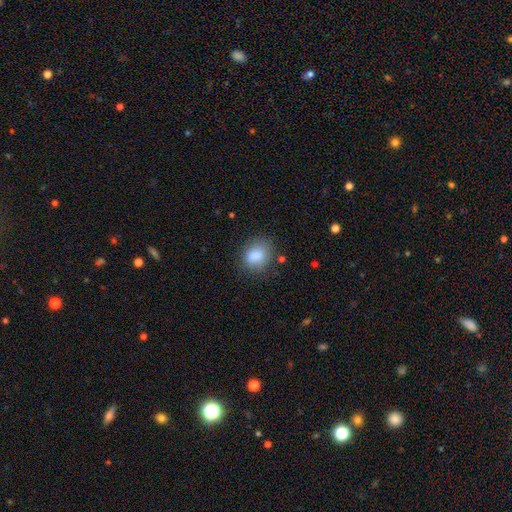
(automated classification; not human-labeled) Q: Smooth or featured?
A: smooth (83%); runner-up: star or artifact (9%)
Q: How rounded?
A: round (53%); runner-up: in between (46%)
Q: Merging?
A: none (74%); runner-up: minor disturbance (17%)